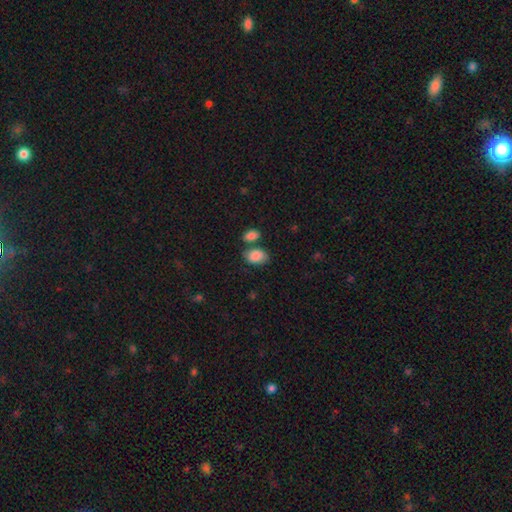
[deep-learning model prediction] Overall: smooth (87%). How rounded: in between (84%). Merging: none (56%; merger 22%).